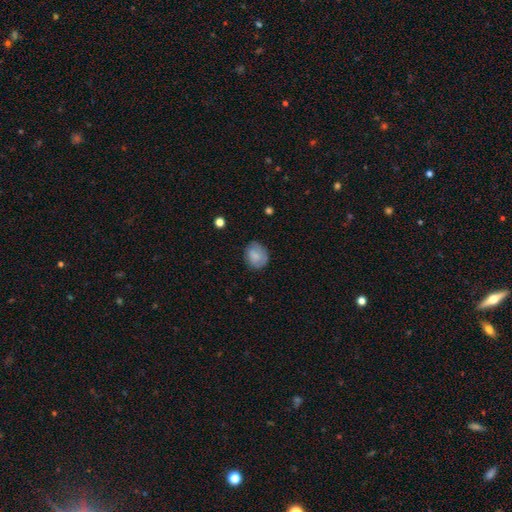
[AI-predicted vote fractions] The model was most divided on "how rounded": round: 64%, in between: 35%, cigar-shaped: 1%. More confident: smooth or featured — smooth (78%); merging — none (71%).